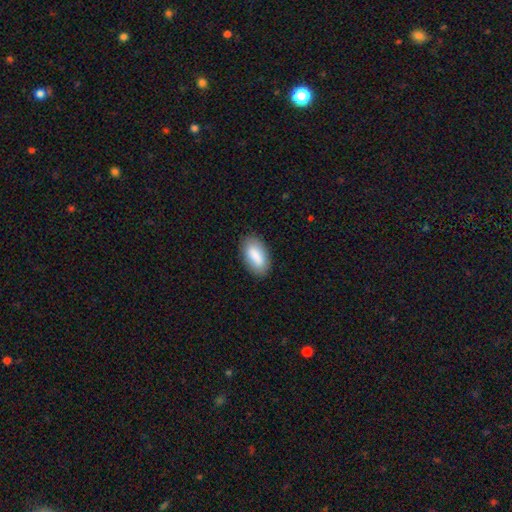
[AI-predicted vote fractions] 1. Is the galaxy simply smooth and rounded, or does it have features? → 86% smooth, 8% featured or disk, 6% star or artifact.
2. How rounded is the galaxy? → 93% in between, 4% cigar-shaped, 3% round.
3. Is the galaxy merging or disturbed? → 85% none, 11% minor disturbance, 3% major disturbance, 1% merger.